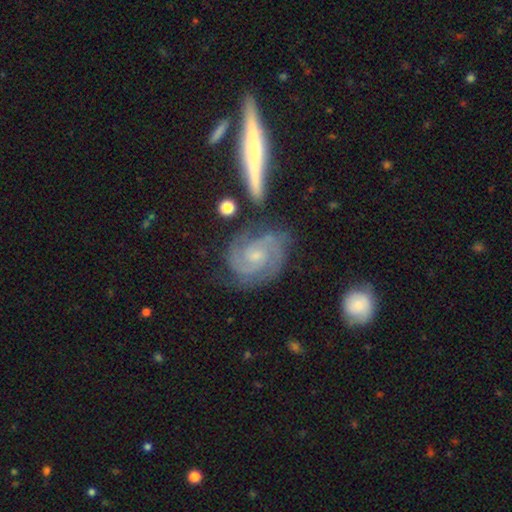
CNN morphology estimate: smooth-or-featured: featured or disk: 89% | smooth: 6% | star or artifact: 5%
  disk-edge-on: no: 97% | yes: 3%
    bar: no: 60% | weak: 31% | strong: 9%
    has-spiral-arms: yes: 98% | no: 2%
      spiral-winding: tight: 60% | medium: 35% | loose: 5%
      spiral-arm-count: 2: 61% | 3: 21% | can't tell: 8% | 4: 4% | 1: 3% | more than 4: 3%
    bulge-size: small: 66% | moderate: 27% | none: 5% | large: 2% | dominant: 1%
  merging: none: 73% | minor disturbance: 16% | major disturbance: 6% | merger: 5%